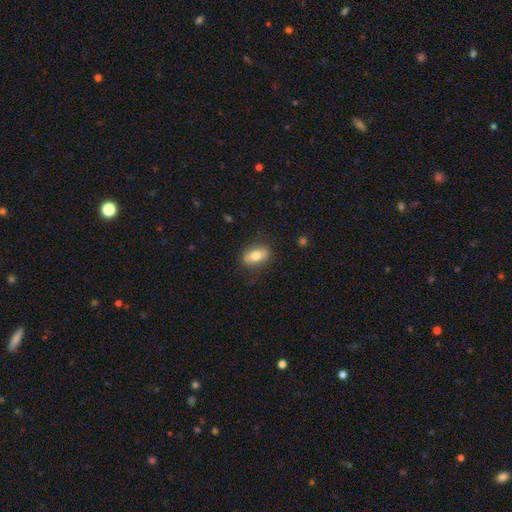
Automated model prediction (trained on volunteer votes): This is likely a smooth galaxy (73%). How rounded: clearly in between (83%). Merging: clearly none (80%).